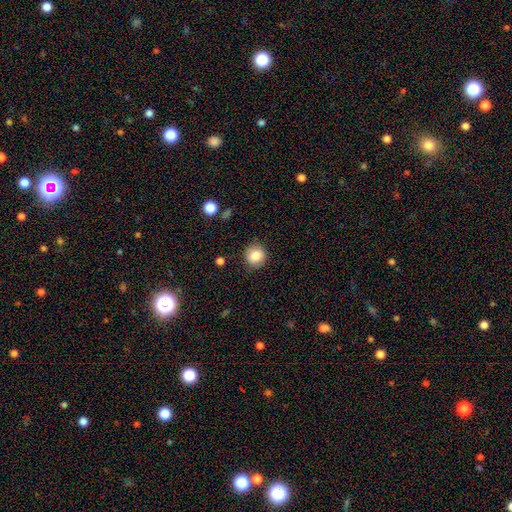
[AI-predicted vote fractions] This appears to be a smooth galaxy with no disk features (84%) that is round (88%). Merging: none (86%).